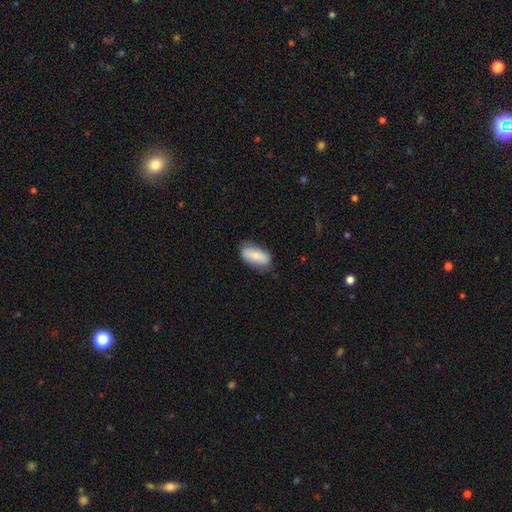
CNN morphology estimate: smooth 75%, featured or disk 19%, star or artifact 6%. Down the decision tree: how rounded — in between (89%); merging — none (71%).